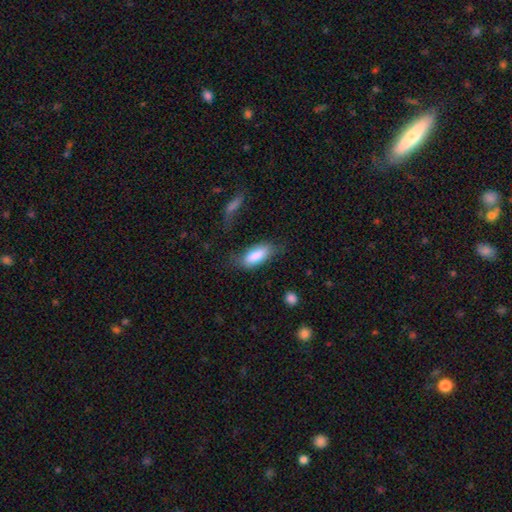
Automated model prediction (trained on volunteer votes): Smooth or featured?
  - smooth: 84% *
  - featured or disk: 11%
  - star or artifact: 6%
How rounded?
  - in between: 82% *
  - cigar-shaped: 16%
  - round: 2%
Merging?
  - none: 58% *
  - minor disturbance: 25%
  - major disturbance: 12%
  - merger: 5%